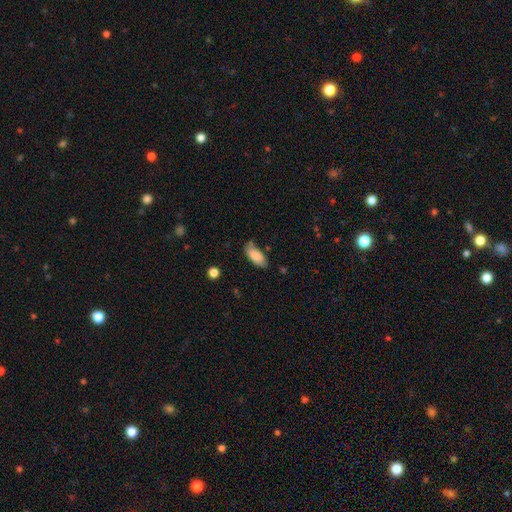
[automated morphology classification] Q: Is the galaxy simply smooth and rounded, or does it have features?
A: smooth — 83%.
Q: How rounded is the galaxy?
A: in between — 87%.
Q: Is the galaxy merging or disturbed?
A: none — 66%.